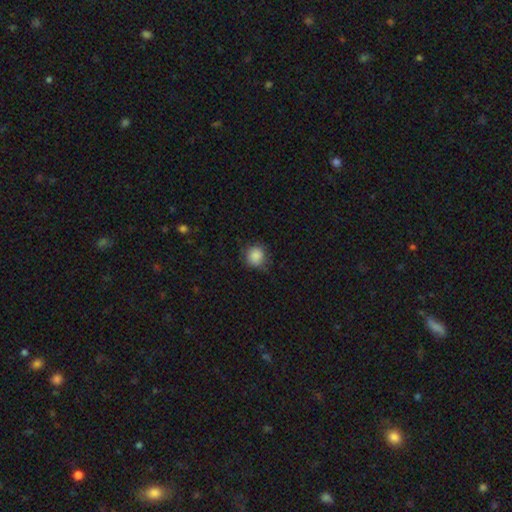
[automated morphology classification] Smooth or featured: smooth — 86% (star or artifact — 9%)
How rounded: round — 88% (in between — 12%)
Merging: none — 75% (minor disturbance — 19%)